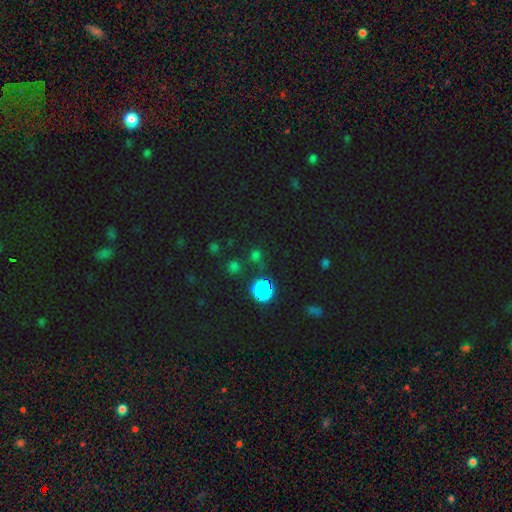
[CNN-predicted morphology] smooth 55%, star or artifact 39%, featured or disk 6%. Down the decision tree: how rounded — round (89%); merging — none (75%).